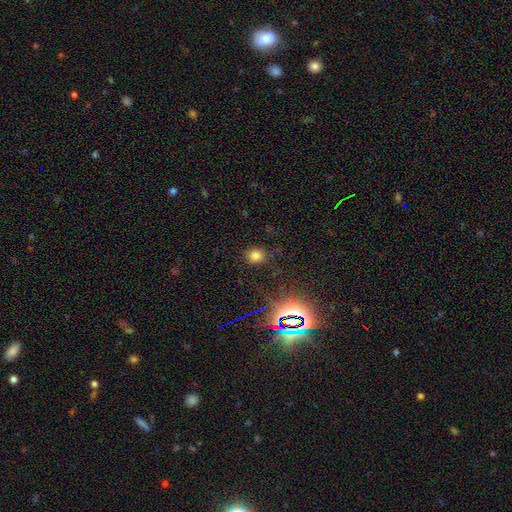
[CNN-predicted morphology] The model was most divided on "smooth or featured": smooth: 71%, star or artifact: 23%, featured or disk: 6%. More confident: merging — none (80%); how rounded — round (74%).